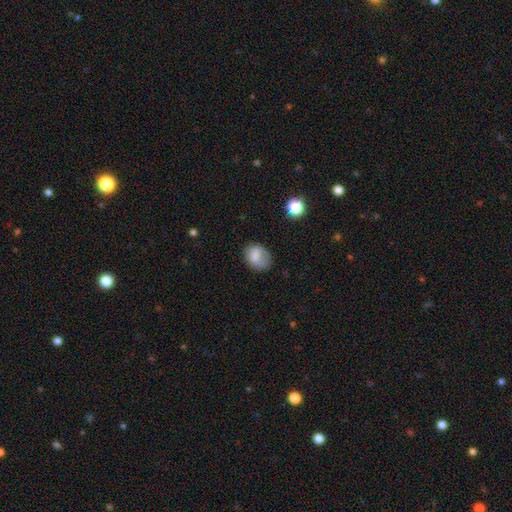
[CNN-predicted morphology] This is likely a smooth galaxy (77%). How rounded: possibly in between (59%). Merging: likely none (60%).